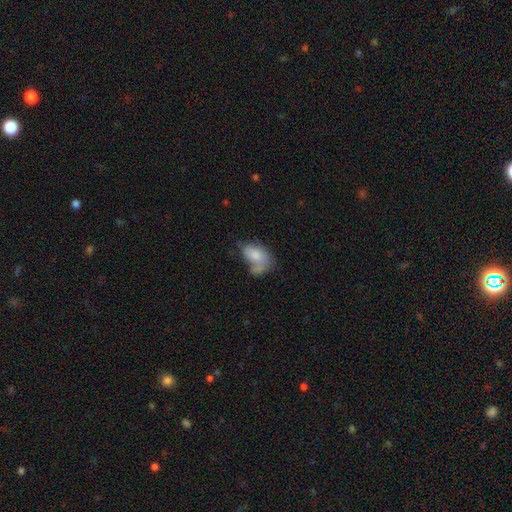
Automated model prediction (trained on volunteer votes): Q: Smooth or featured?
A: smooth (74%); runner-up: featured or disk (18%)
Q: How rounded?
A: in between (88%); runner-up: round (11%)
Q: Merging?
A: none (28%); runner-up: merger (26%)